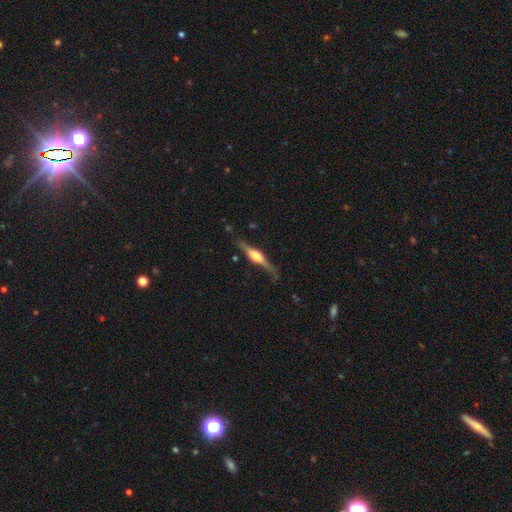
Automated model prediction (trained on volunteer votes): Overall: featured or disk (77%). Edge-on disk: yes (97%). Edge-on bulge: rounded (88%). Merging: none (78%).